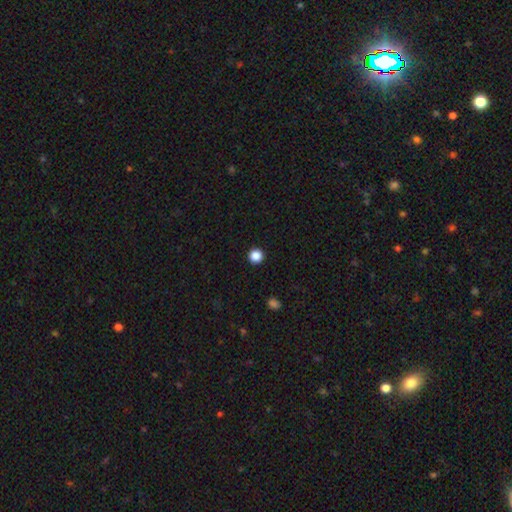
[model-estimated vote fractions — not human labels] Overall: smooth (87%). How rounded: round (96%). Merging: none (94%).